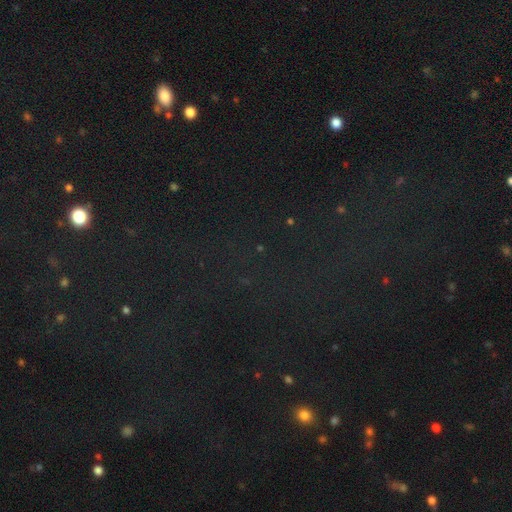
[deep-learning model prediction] A star or artifact, not a galaxy (75%).

Vote fractions:
- Smooth or featured? star or artifact: 75% / smooth: 17% / featured or disk: 9%